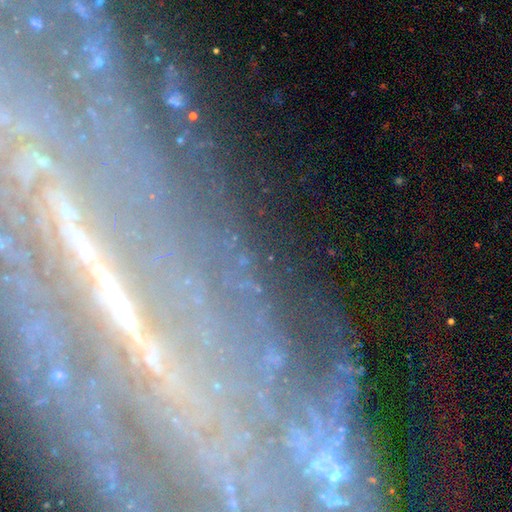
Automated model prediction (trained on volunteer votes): Overall: featured or disk (69%). Edge-on disk: no (65%; yes 35%). Merging: none (73%).